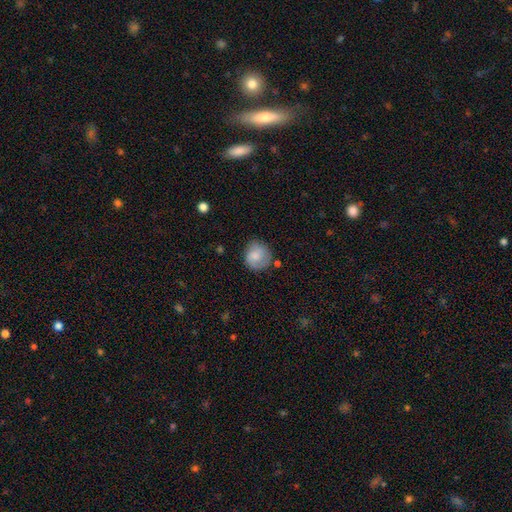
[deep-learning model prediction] Overall: smooth (75%). How rounded: round (86%). Merging: none (70%).